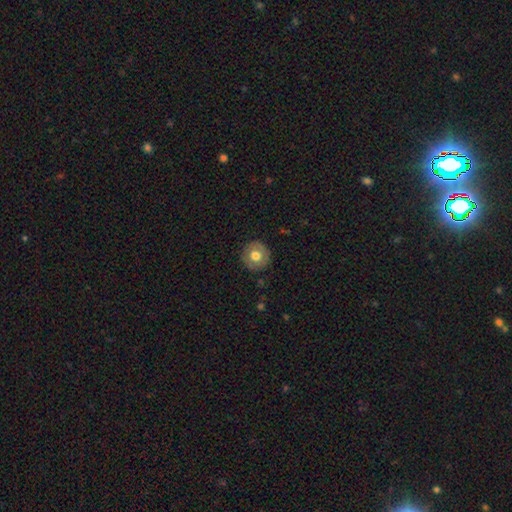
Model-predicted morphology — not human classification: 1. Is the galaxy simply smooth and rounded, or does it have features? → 69% smooth, 23% featured or disk, 8% star or artifact.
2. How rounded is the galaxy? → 93% round, 6% in between, 1% cigar-shaped.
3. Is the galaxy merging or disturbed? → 88% none, 9% minor disturbance, 2% major disturbance, 1% merger.